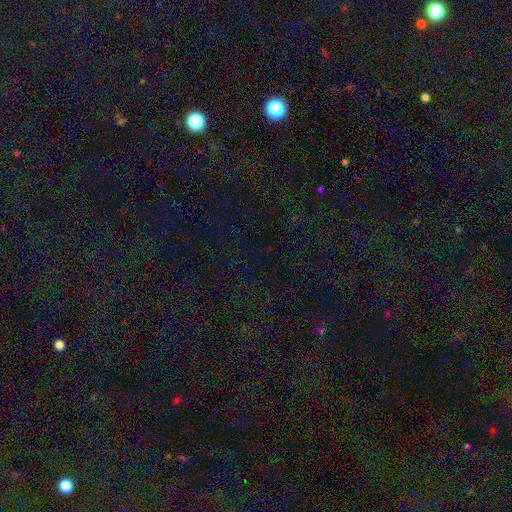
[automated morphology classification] The model was most divided on "smooth or featured": star or artifact: 73%, smooth: 21%, featured or disk: 7%.